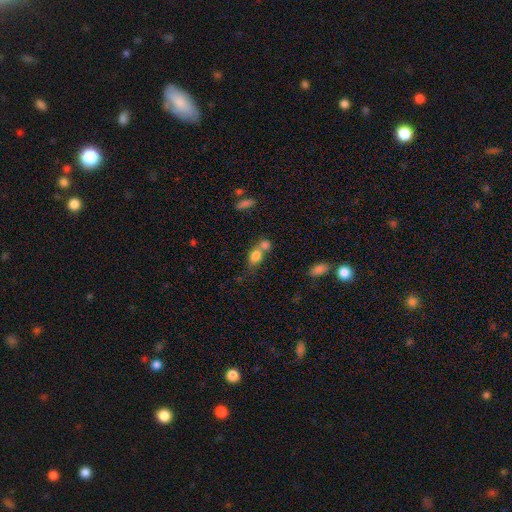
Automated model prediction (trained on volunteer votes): A smooth galaxy with no disk features (79%) that is in between round and cigar-shaped (54%).

Vote fractions:
- Smooth or featured? smooth: 79% / featured or disk: 12% / star or artifact: 10%
- How rounded? in between: 54% / round: 43% / cigar-shaped: 3%
- Merging? merger: 55% / none: 31% / minor disturbance: 9% / major disturbance: 5%